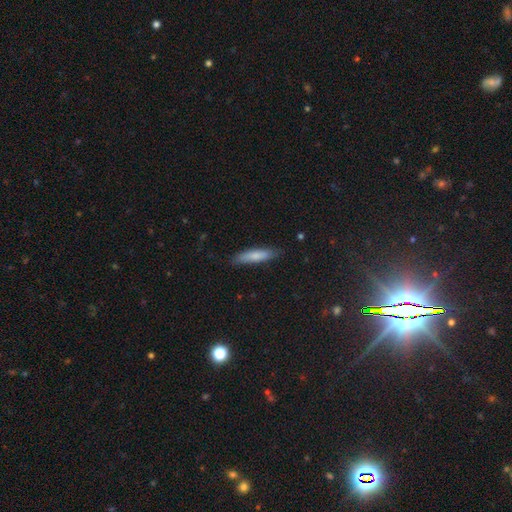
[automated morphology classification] The model was most divided on "how rounded": cigar-shaped: 78%, in between: 21%, round: 1%. More confident: merging — none (85%); smooth or featured — smooth (78%).